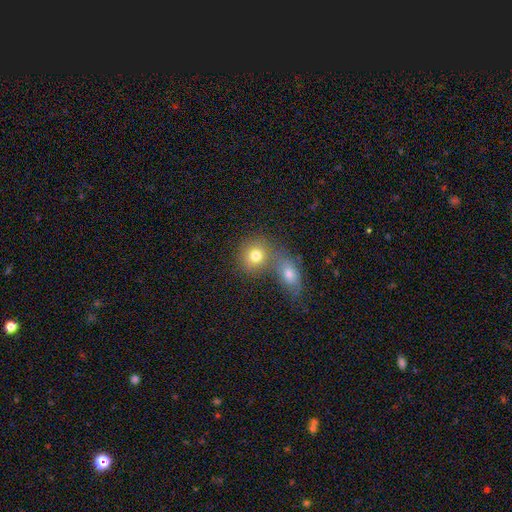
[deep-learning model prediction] Overall: smooth (76%). How rounded: round (76%). Merging: merger (45%; none 44%).